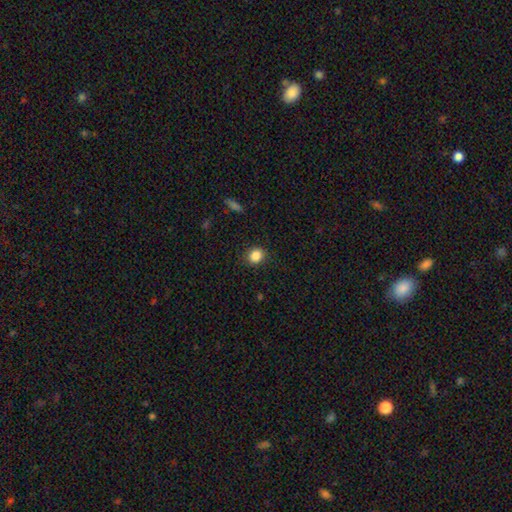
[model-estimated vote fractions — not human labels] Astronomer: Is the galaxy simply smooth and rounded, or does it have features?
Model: smooth — 86%.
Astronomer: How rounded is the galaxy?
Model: round — 69%.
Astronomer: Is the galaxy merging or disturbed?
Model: none — 87%.